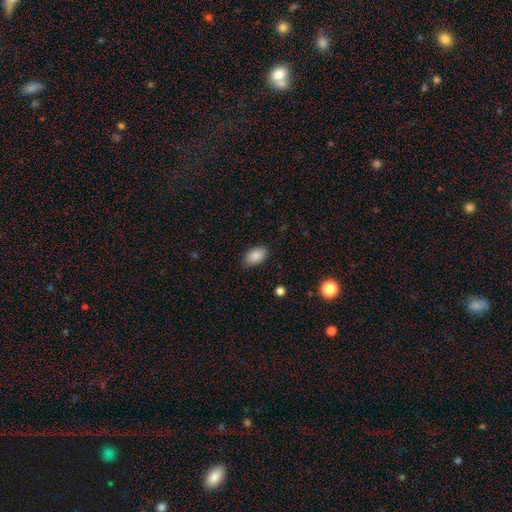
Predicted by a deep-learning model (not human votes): Smooth or featured?
  - smooth: 88% *
  - star or artifact: 7%
  - featured or disk: 4%
How rounded?
  - in between: 93% *
  - round: 6%
  - cigar-shaped: 2%
Merging?
  - none: 86% *
  - minor disturbance: 10%
  - major disturbance: 2%
  - merger: 1%